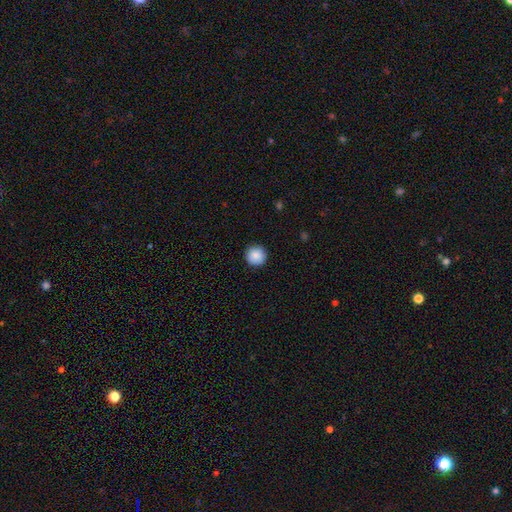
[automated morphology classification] smooth 89%, star or artifact 8%, featured or disk 4%. Down the decision tree: how rounded — round (96%); merging — none (92%).